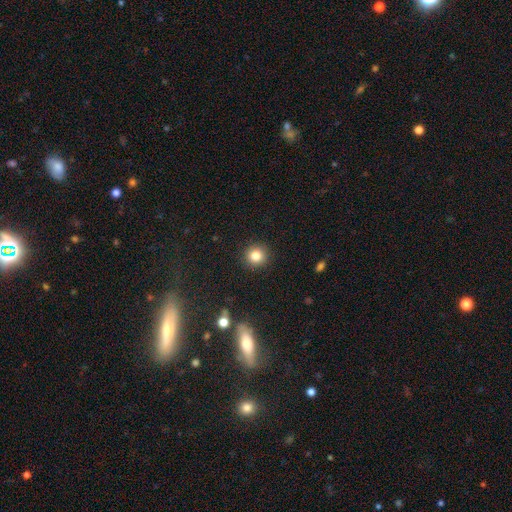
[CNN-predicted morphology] This is clearly a smooth galaxy (83%). How rounded: clearly round (92%). Merging: clearly none (91%).